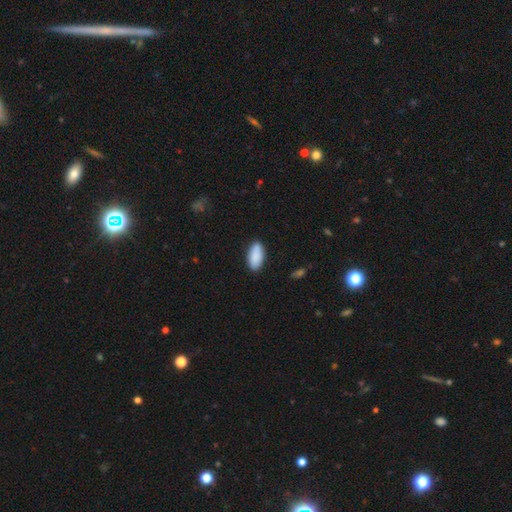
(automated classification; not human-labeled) smooth_or_featured: smooth (p=0.90) [alt: star or artifact p=0.06]
how_rounded: in between (p=0.90) [alt: cigar-shaped p=0.08]
merging: none (p=0.88) [alt: minor disturbance p=0.09]